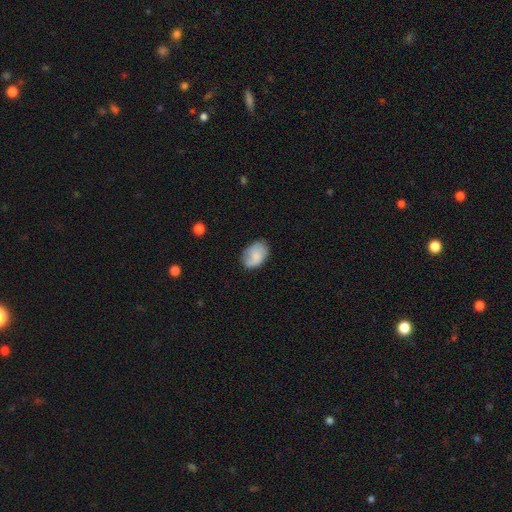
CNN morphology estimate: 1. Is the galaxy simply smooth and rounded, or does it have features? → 72% smooth, 21% featured or disk, 8% star or artifact.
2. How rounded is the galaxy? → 85% in between, 14% round, 1% cigar-shaped.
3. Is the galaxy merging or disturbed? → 65% none, 25% minor disturbance, 7% major disturbance, 2% merger.